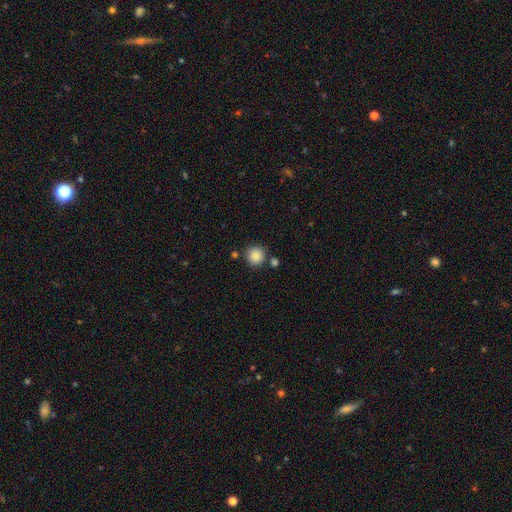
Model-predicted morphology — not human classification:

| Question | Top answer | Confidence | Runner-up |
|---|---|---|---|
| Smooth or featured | smooth | 86% | star or artifact (10%) |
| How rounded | round | 94% | in between (5%) |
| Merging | none | 80% | minor disturbance (9%) |